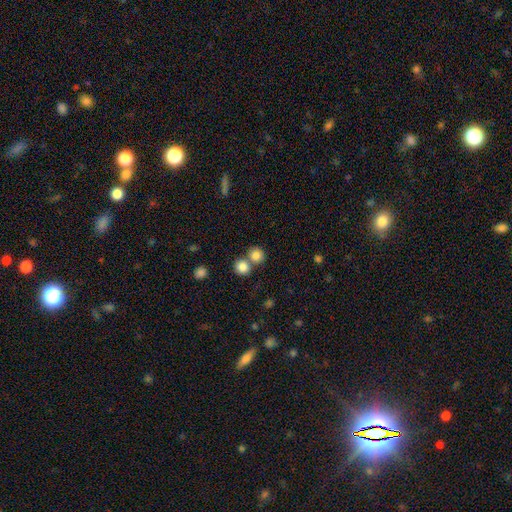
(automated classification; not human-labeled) Q: Smooth or featured?
A: smooth (84%); runner-up: star or artifact (10%)
Q: How rounded?
A: round (86%); runner-up: in between (13%)
Q: Merging?
A: none (53%); runner-up: merger (37%)